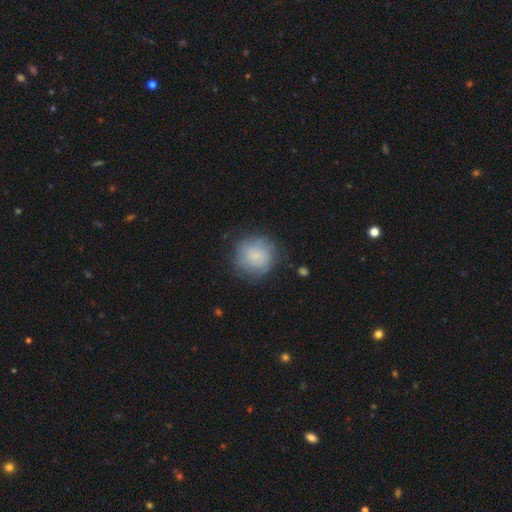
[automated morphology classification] Smooth or featured? Predicted: smooth (p=0.68). How rounded? Predicted: round (p=0.90). Merging? Predicted: none (p=0.71).